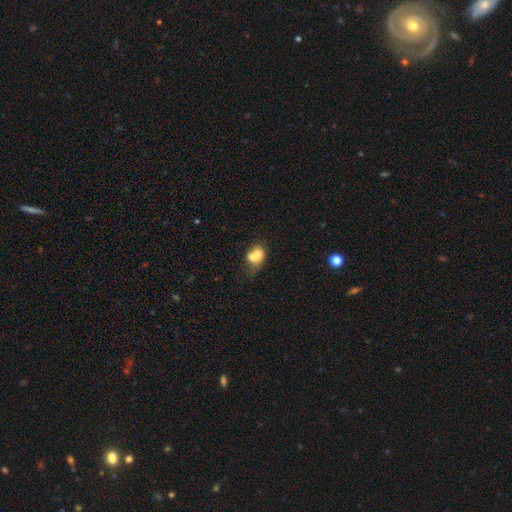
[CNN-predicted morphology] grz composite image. It shows a smooth galaxy with no disk features (66%) that is in between round and cigar-shaped (54%). Merging: merger (63%).